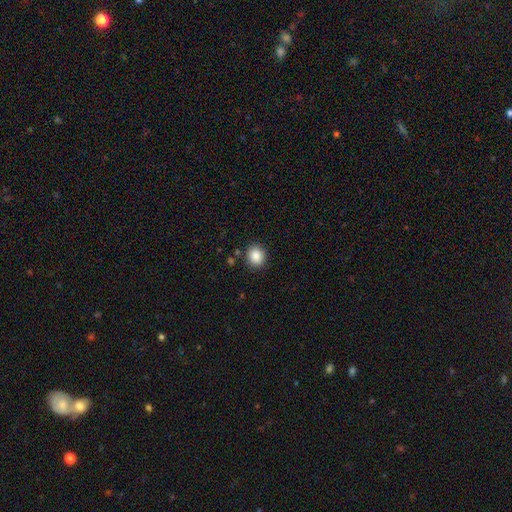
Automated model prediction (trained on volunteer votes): smooth_or_featured: smooth (p=0.86) [alt: star or artifact p=0.09]
how_rounded: round (p=0.81) [alt: in between p=0.18]
merging: none (p=0.88) [alt: minor disturbance p=0.07]